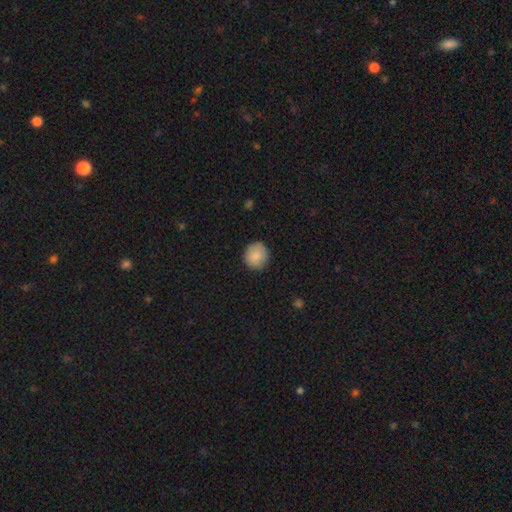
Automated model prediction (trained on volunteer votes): smooth-or-featured: smooth: 87% | star or artifact: 7% | featured or disk: 6%
  how-rounded: round: 91% | in between: 9% | cigar-shaped: 1%
  merging: none: 88% | minor disturbance: 9% | major disturbance: 2% | merger: 1%